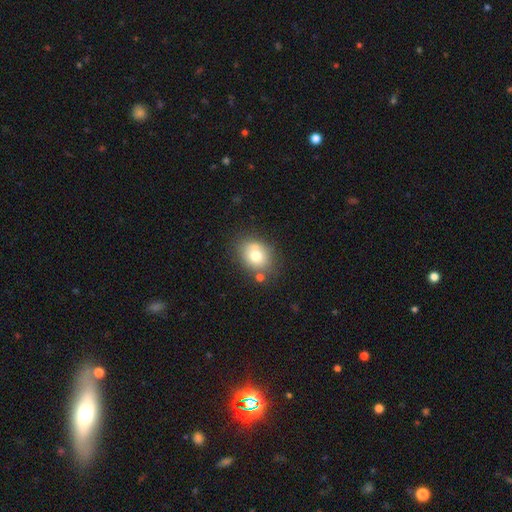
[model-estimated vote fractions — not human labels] smooth-or-featured: smooth: 73% | featured or disk: 16% | star or artifact: 10%
  how-rounded: round: 52% | in between: 47% | cigar-shaped: 1%
  merging: none: 65% | minor disturbance: 18% | merger: 12% | major disturbance: 5%